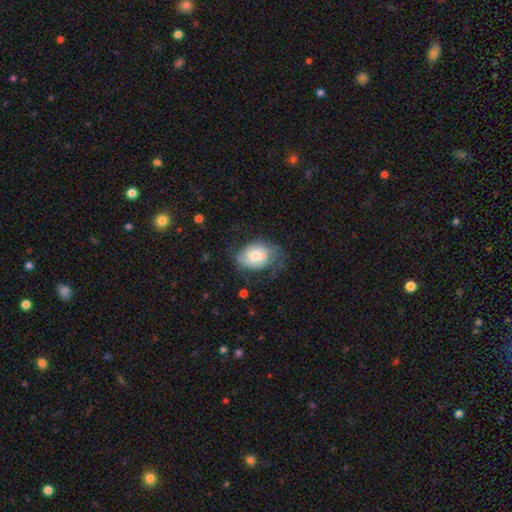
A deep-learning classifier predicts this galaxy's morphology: Smooth or featured?
  - smooth: 49% *
  - featured or disk: 43%
  - star or artifact: 8%
Merging?
  - none: 43% *
  - minor disturbance: 32%
  - major disturbance: 21%
  - merger: 4%